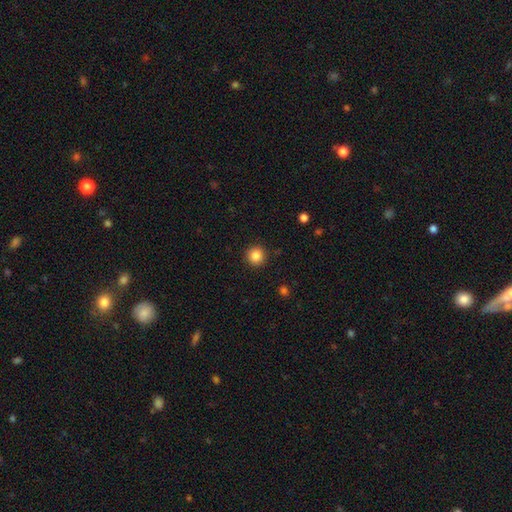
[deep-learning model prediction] Morphology: type=smooth (85%); roundness=round (95%); merging=none (92%).